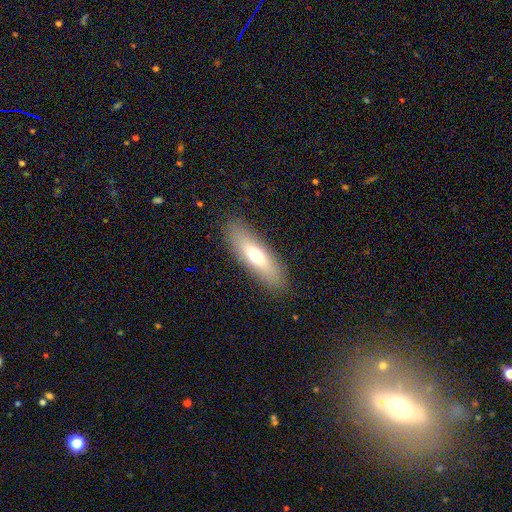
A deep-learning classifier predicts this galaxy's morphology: smooth-or-featured: smooth: 63% | featured or disk: 29% | star or artifact: 7%
  how-rounded: cigar-shaped: 51% | in between: 47% | round: 2%
  merging: none: 88% | minor disturbance: 8% | major disturbance: 3% | merger: 1%